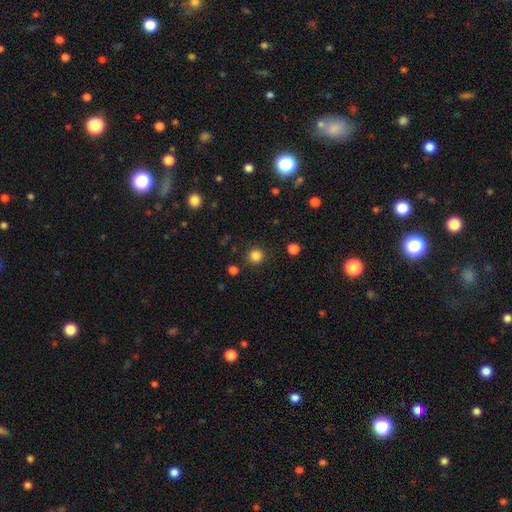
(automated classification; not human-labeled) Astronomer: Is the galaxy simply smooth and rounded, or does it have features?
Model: smooth — 84%.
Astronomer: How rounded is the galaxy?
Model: round — 93%.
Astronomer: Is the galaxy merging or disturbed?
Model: none — 89%.